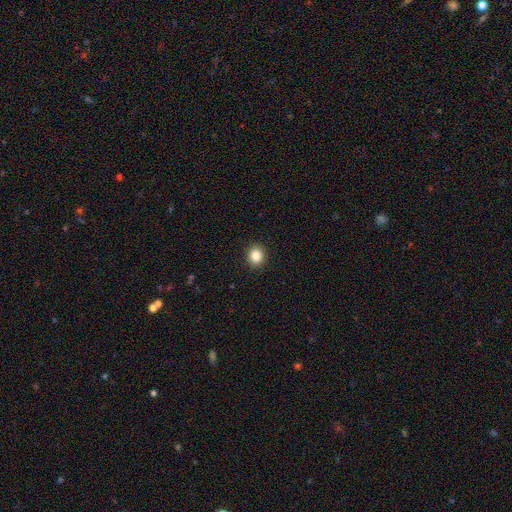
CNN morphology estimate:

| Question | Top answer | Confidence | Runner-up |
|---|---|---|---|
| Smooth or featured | smooth | 86% | star or artifact (10%) |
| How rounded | round | 77% | in between (22%) |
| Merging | none | 91% | minor disturbance (6%) |